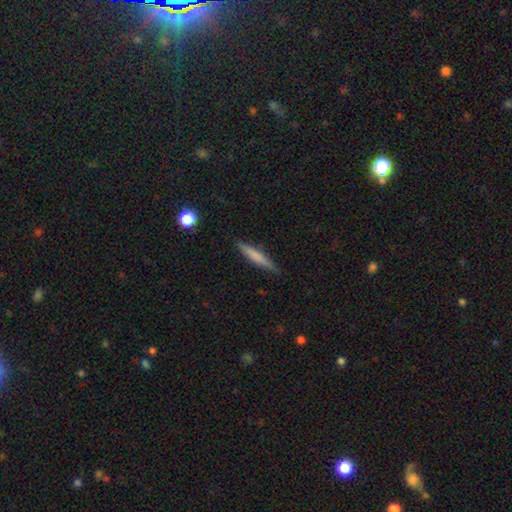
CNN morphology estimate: Smooth or featured?
  - smooth: 70% *
  - featured or disk: 24%
  - star or artifact: 6%
How rounded?
  - cigar-shaped: 92% *
  - in between: 7%
  - round: 1%
Merging?
  - none: 87% *
  - minor disturbance: 10%
  - major disturbance: 2%
  - merger: 1%